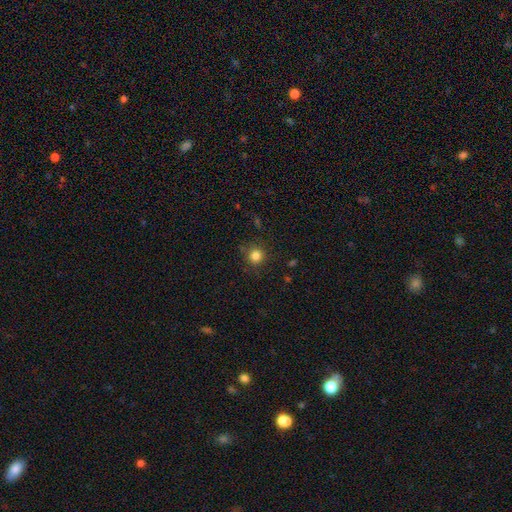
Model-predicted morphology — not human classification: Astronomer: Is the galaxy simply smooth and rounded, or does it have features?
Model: smooth — 83%.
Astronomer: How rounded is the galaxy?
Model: round — 93%.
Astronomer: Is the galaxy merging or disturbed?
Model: none — 87%.